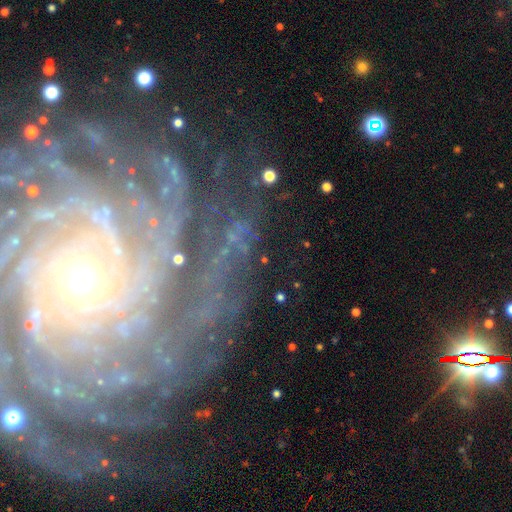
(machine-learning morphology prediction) Q: Smooth or featured?
A: featured or disk (87%); runner-up: star or artifact (8%)
Q: Edge-on disk?
A: no (97%); runner-up: yes (3%)
Q: Bar?
A: no (67%); runner-up: weak (22%)
Q: Spiral arms?
A: yes (96%); runner-up: no (4%)
Q: Spiral winding?
A: tight (78%); runner-up: medium (17%)
Q: Spiral arm count?
A: more than 4 (36%); runner-up: can't tell (23%)
Q: Bulge size?
A: small (49%); runner-up: moderate (44%)
Q: Merging?
A: none (76%); runner-up: minor disturbance (13%)